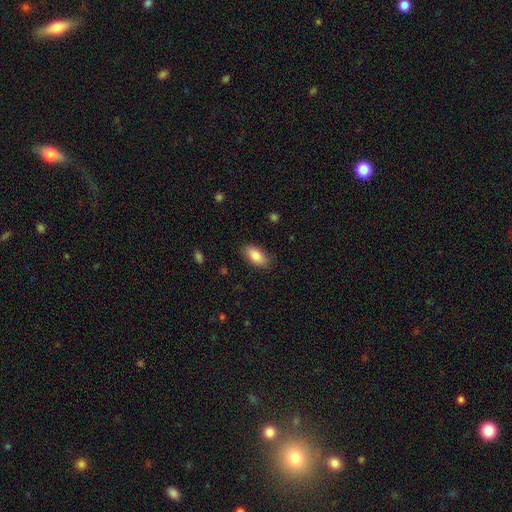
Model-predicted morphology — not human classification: type=smooth (86%); roundness=in between (92%); merging=none (85%).